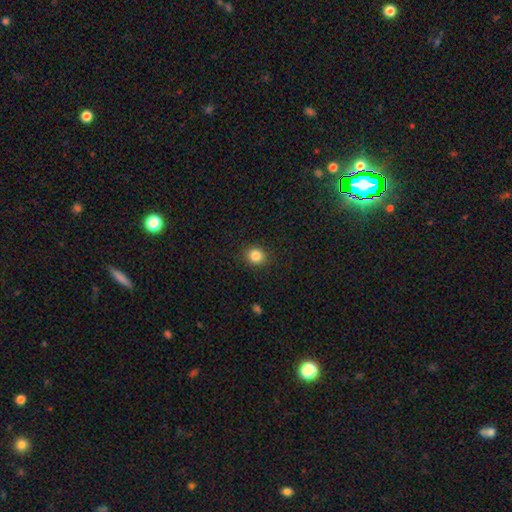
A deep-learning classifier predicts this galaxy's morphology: Q: Smooth or featured?
A: smooth (84%); runner-up: star or artifact (11%)
Q: How rounded?
A: round (83%); runner-up: in between (16%)
Q: Merging?
A: none (90%); runner-up: minor disturbance (6%)